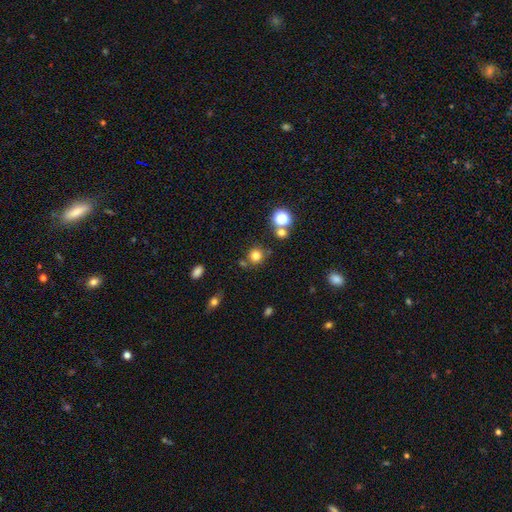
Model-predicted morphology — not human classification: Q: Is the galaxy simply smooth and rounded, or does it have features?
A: smooth — 77%.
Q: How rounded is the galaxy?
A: round — 90%.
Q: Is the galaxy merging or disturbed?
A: none — 76%.